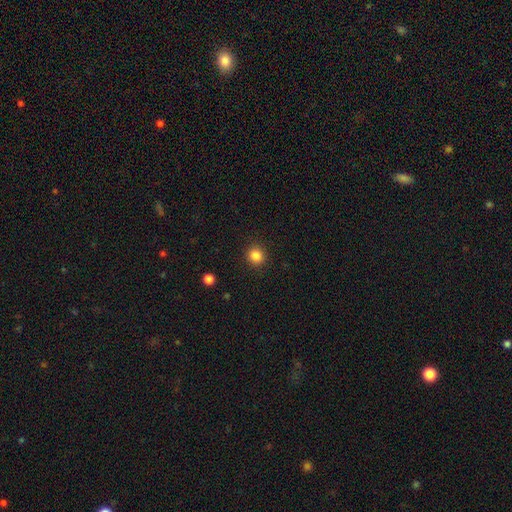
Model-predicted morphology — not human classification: Smooth or featured?
  - smooth: 85% *
  - star or artifact: 11%
  - featured or disk: 4%
How rounded?
  - round: 91% *
  - in between: 8%
  - cigar-shaped: 1%
Merging?
  - none: 91% *
  - minor disturbance: 5%
  - major disturbance: 2%
  - merger: 1%